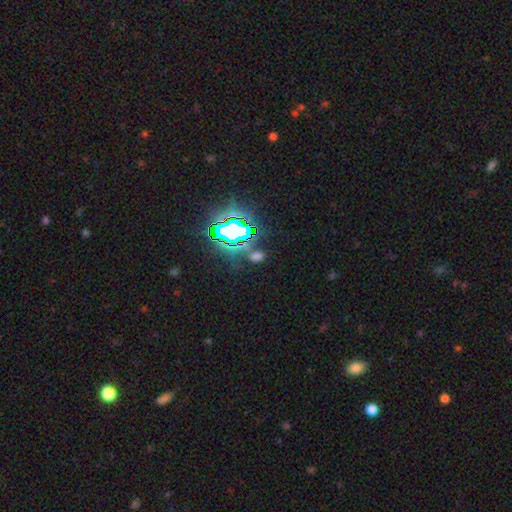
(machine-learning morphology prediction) This is possibly a star or artifact rather than a galaxy (54%).